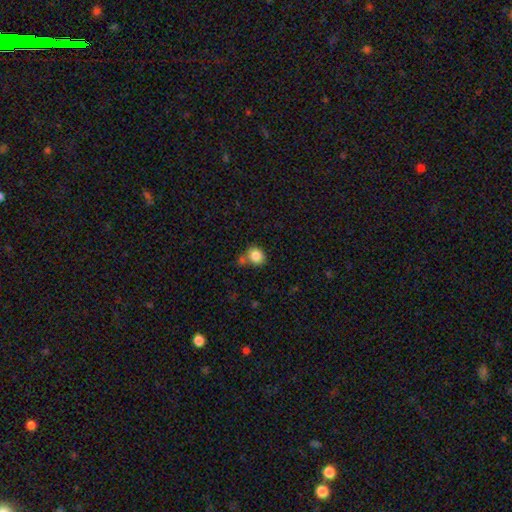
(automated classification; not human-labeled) Smooth or featured? Predicted: smooth (p=0.85). How rounded? Predicted: round (p=0.71). Merging? Predicted: none (p=0.63).